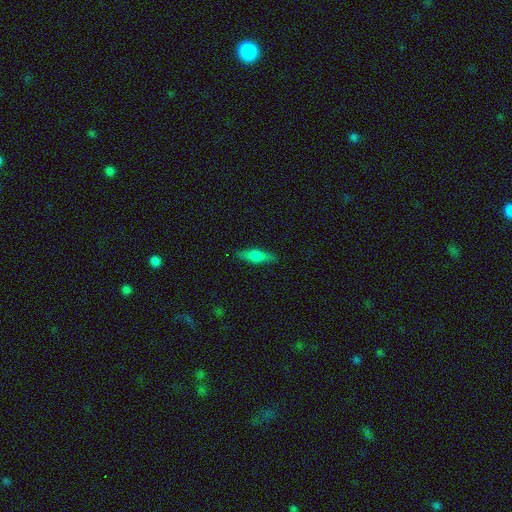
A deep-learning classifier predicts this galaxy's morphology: smooth_or_featured: smooth (p=0.60) [alt: featured or disk p=0.33]
how_rounded: cigar-shaped (p=0.56) [alt: in between p=0.41]
merging: none (p=0.86) [alt: minor disturbance p=0.11]